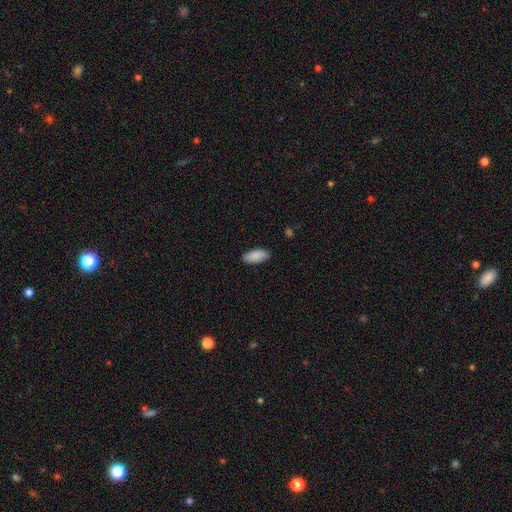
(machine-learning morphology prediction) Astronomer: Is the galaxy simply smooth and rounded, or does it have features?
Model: smooth — 89%.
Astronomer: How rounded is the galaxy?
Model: in between — 89%.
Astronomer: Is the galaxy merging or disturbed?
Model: none — 88%.